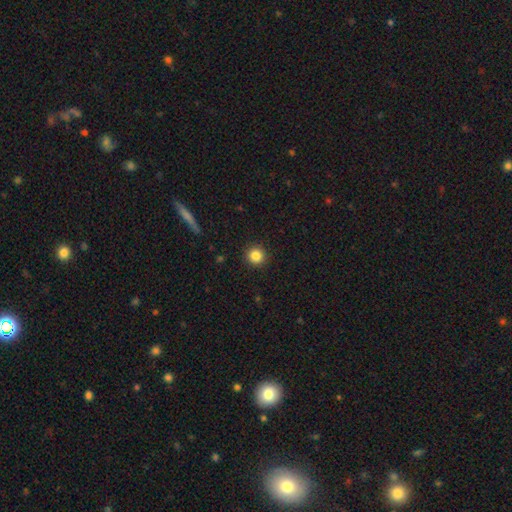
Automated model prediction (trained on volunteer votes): Smooth or featured: smooth — 85% (star or artifact — 10%)
How rounded: round — 95% (in between — 4%)
Merging: none — 93% (minor disturbance — 5%)